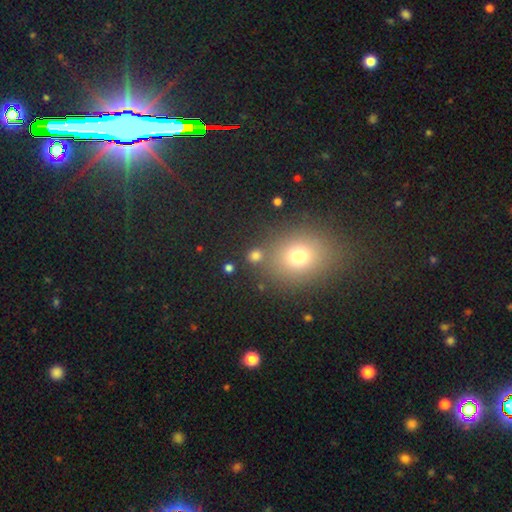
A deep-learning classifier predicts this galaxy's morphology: Smooth or featured? smooth (75%)
How rounded? round (81%)
Merging? none (78%)